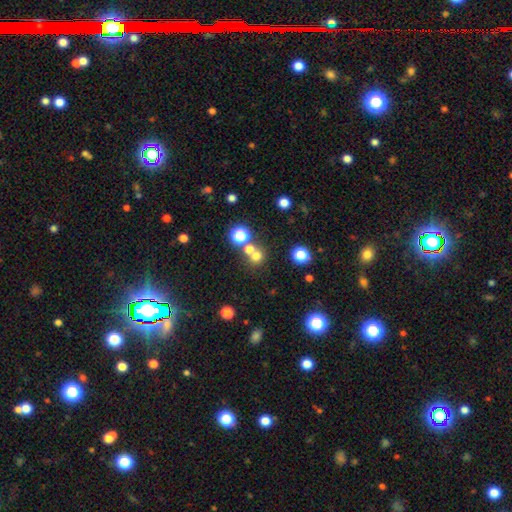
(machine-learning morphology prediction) A smooth galaxy with no disk features (66%) that is round (87%).

Vote fractions:
- Smooth or featured? smooth: 66% / star or artifact: 25% / featured or disk: 9%
- How rounded? round: 87% / in between: 12% / cigar-shaped: 1%
- Merging? none: 63% / merger: 26% / minor disturbance: 7% / major disturbance: 4%